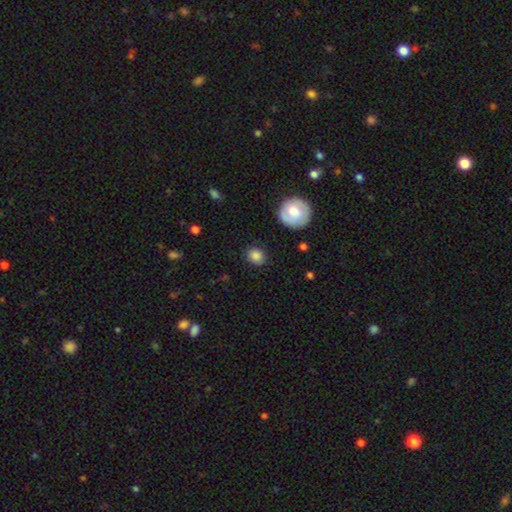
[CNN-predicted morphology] This appears to be a smooth galaxy with no disk features (85%) that is round (73%). Merging: none (86%).